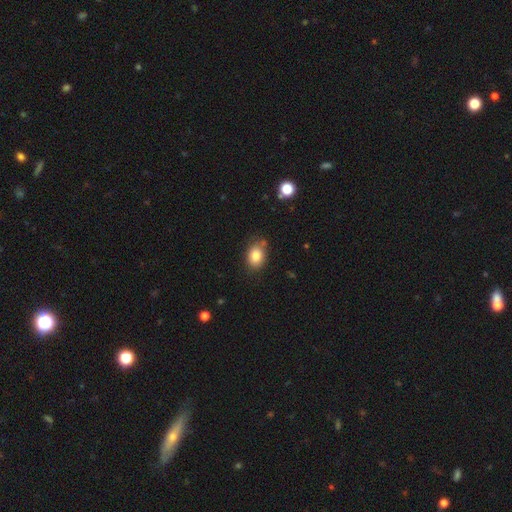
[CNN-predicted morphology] Smooth or featured? smooth (83%)
How rounded? in between (71%)
Merging? none (76%)